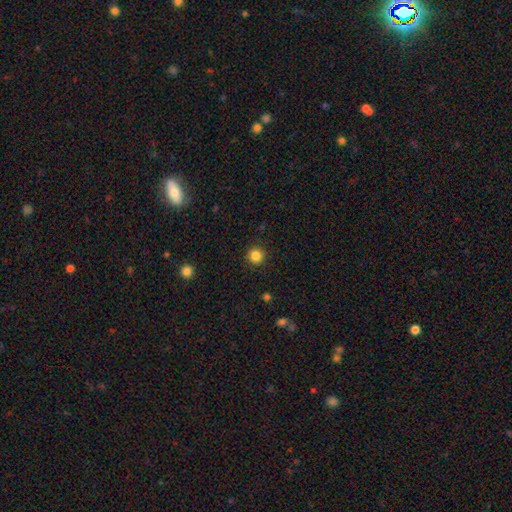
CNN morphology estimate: Overall: smooth (85%). How rounded: round (95%). Merging: none (93%).